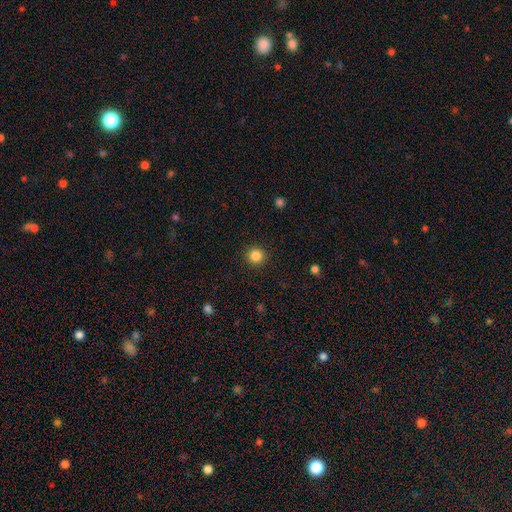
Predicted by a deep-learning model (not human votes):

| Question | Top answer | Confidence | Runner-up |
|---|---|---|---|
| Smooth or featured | smooth | 85% | star or artifact (12%) |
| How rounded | round | 95% | in between (4%) |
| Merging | none | 92% | minor disturbance (5%) |